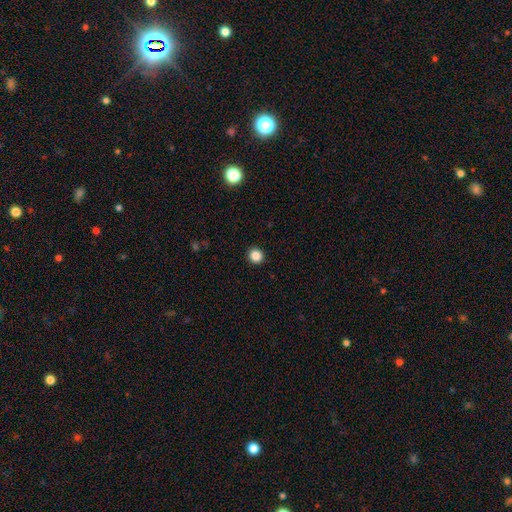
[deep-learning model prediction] Smooth or featured: smooth — 86% (star or artifact — 11%)
How rounded: round — 92% (in between — 7%)
Merging: none — 93% (minor disturbance — 4%)